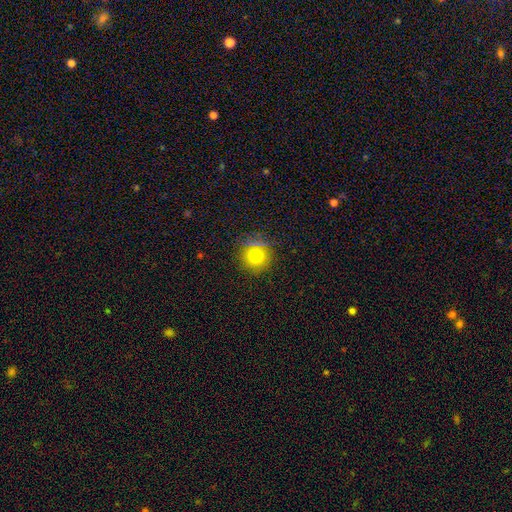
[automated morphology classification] Smooth or featured? smooth (76%)
How rounded? round (93%)
Merging? none (85%)